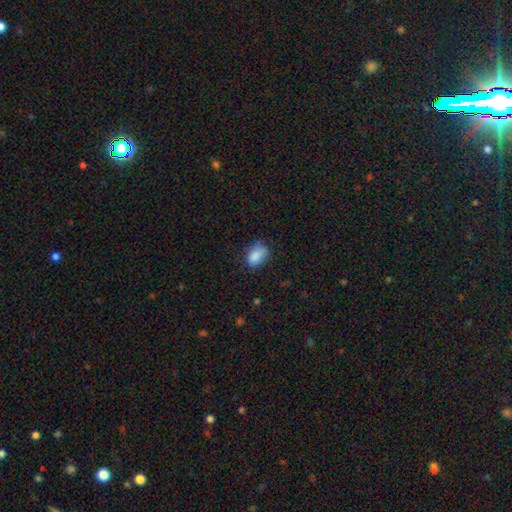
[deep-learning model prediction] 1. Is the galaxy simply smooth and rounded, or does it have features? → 86% smooth, 8% star or artifact, 6% featured or disk.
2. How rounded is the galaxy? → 85% in between, 13% round, 2% cigar-shaped.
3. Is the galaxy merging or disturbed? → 64% none, 28% minor disturbance, 6% major disturbance, 2% merger.